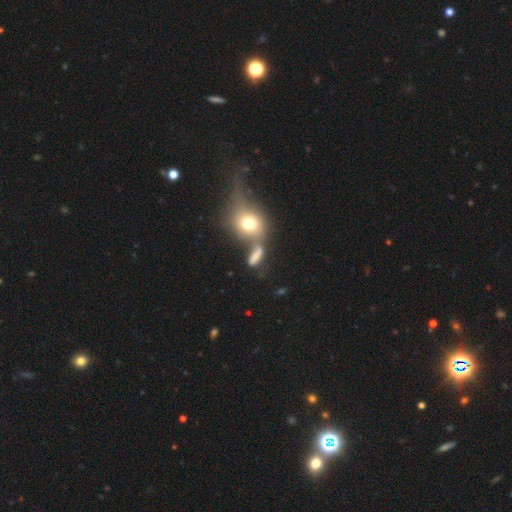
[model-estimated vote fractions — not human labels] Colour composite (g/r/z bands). It shows a smooth galaxy with no disk features (68%) that is in between round and cigar-shaped (54%). Merging: merger (40%).